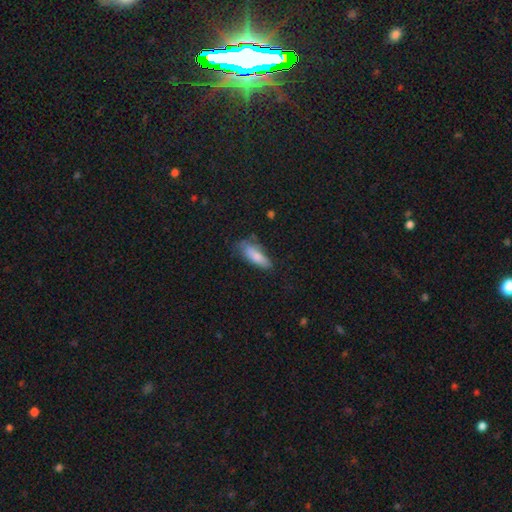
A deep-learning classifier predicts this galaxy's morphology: Smooth or featured? smooth (80%)
How rounded? in between (62%)
Merging? none (57%)